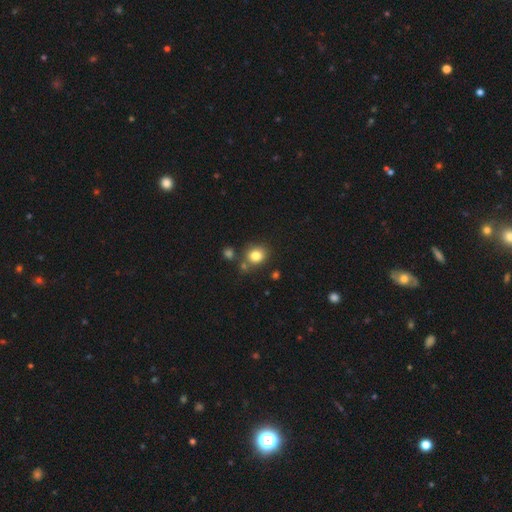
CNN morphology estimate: smooth 81%, star or artifact 12%, featured or disk 7%. Down the decision tree: how rounded — round (71%); merging — none (71%).